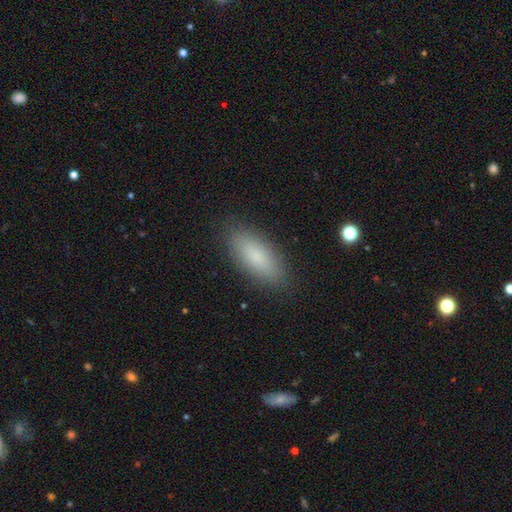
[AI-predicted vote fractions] smooth_or_featured: smooth (p=0.82) [alt: featured or disk p=0.10]
how_rounded: in between (p=0.78) [alt: cigar-shaped p=0.20]
merging: none (p=0.88) [alt: minor disturbance p=0.09]